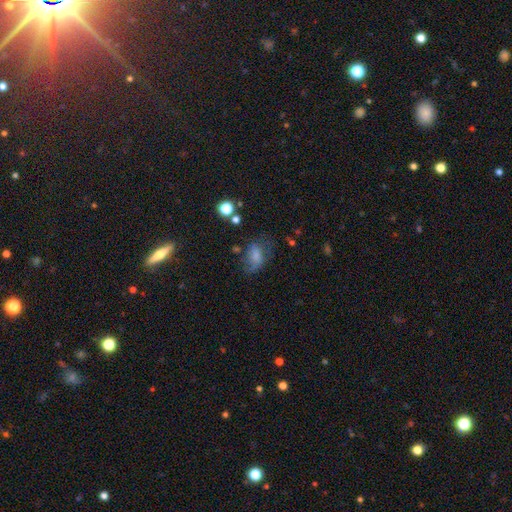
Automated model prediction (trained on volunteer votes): This is likely a smooth galaxy (63%). How rounded: clearly in between (82%). Merging: possibly none (46%).